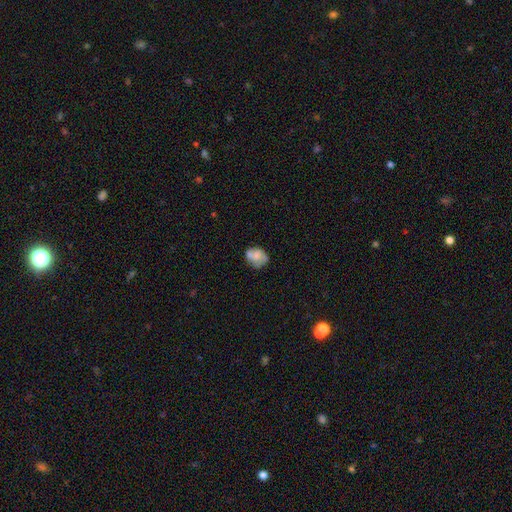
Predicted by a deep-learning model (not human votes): Smooth or featured? smooth (58%)
How rounded? round (54%)
Merging? none (43%)